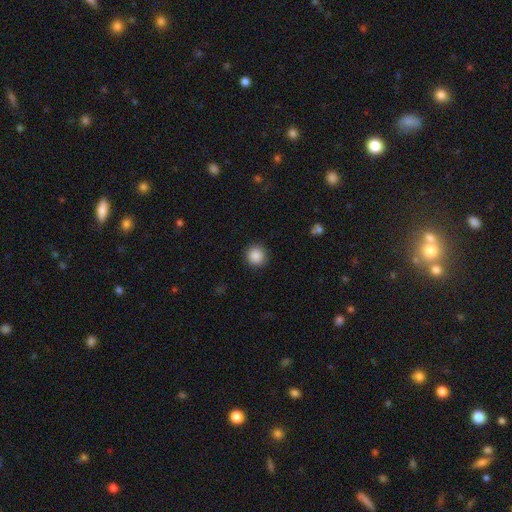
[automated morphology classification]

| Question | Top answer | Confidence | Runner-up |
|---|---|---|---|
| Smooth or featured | smooth | 88% | star or artifact (9%) |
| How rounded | round | 94% | in between (5%) |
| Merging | none | 92% | minor disturbance (6%) |